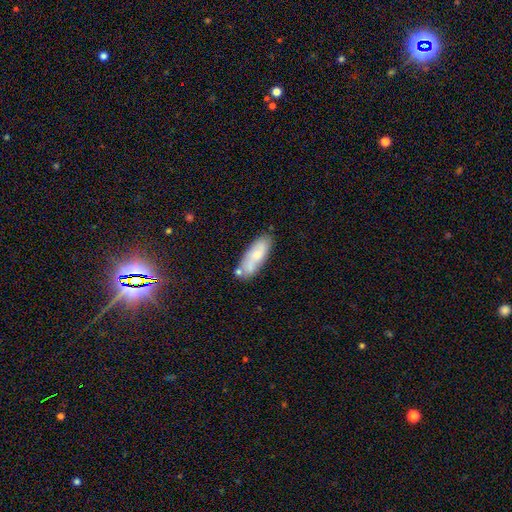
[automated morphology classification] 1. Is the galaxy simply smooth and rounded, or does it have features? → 67% smooth, 27% featured or disk, 7% star or artifact.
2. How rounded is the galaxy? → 66% in between, 32% cigar-shaped, 2% round.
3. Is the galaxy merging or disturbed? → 63% none, 19% minor disturbance, 14% merger, 4% major disturbance.